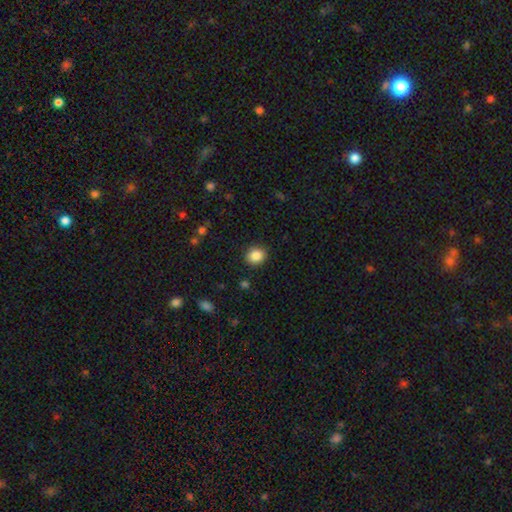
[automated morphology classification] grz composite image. It shows a smooth galaxy with no disk features (86%) that is round (74%). Merging: none (90%).